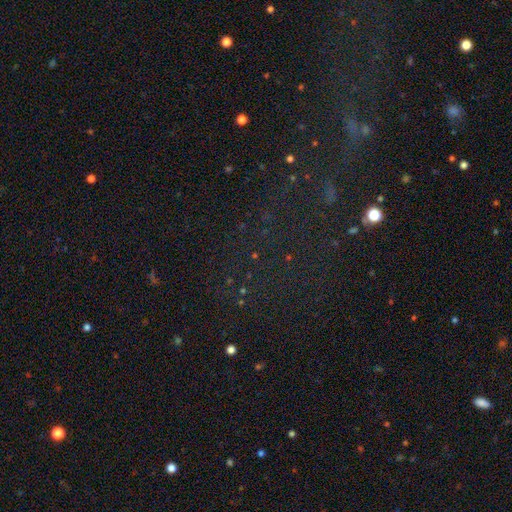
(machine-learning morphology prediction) Smooth or featured? star or artifact (70%)